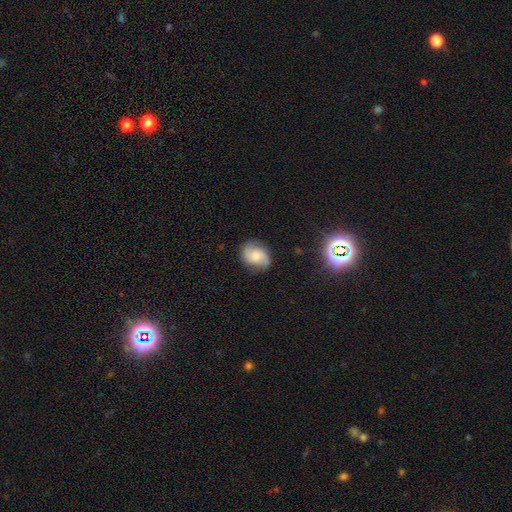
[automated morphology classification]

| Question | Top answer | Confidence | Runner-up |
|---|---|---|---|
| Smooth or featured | featured or disk | 61% | smooth (30%) |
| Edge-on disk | no | 97% | yes (3%) |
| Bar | no | 61% | weak (33%) |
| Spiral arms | yes | 93% | no (7%) |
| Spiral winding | medium | 45% | loose (33%) |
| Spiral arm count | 2 | 87% | can't tell (6%) |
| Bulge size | moderate | 48% | small (34%) |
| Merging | none | 78% | minor disturbance (16%) |